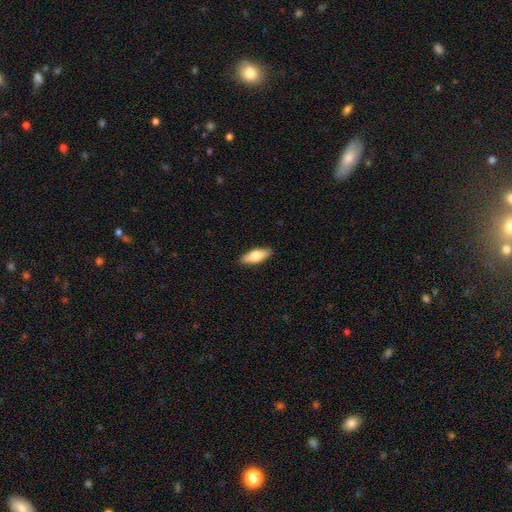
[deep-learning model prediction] This is likely a smooth galaxy (70%). How rounded: likely in between (69%). Merging: clearly none (89%).